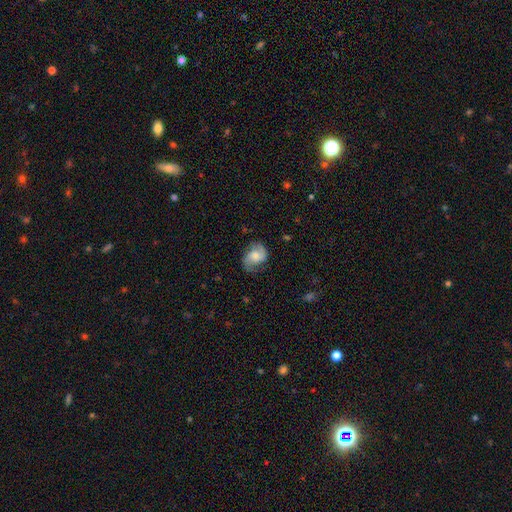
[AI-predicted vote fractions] Q: Smooth or featured?
A: featured or disk (65%); runner-up: smooth (27%)
Q: Edge-on disk?
A: no (97%); runner-up: yes (3%)
Q: Bar?
A: no (61%); runner-up: weak (32%)
Q: Spiral arms?
A: yes (92%); runner-up: no (8%)
Q: Spiral winding?
A: medium (46%); runner-up: loose (34%)
Q: Spiral arm count?
A: 2 (87%); runner-up: can't tell (6%)
Q: Bulge size?
A: moderate (44%); runner-up: small (25%)
Q: Merging?
A: none (69%); runner-up: minor disturbance (21%)